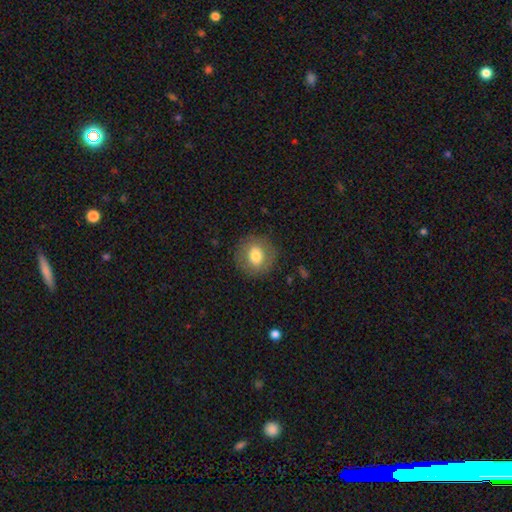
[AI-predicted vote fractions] smooth_or_featured: smooth (p=0.74) [alt: featured or disk p=0.17]
how_rounded: round (p=0.85) [alt: in between p=0.14]
merging: none (p=0.86) [alt: minor disturbance p=0.09]